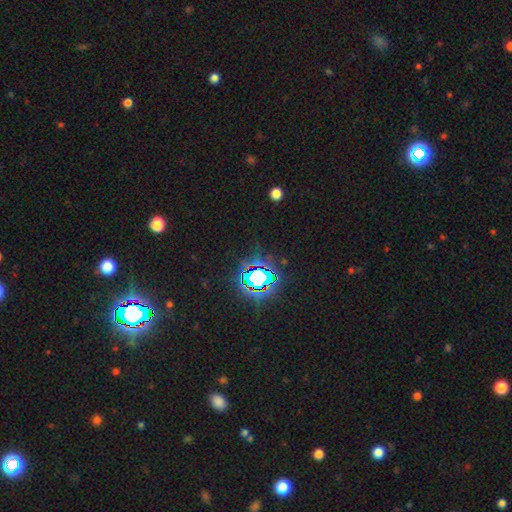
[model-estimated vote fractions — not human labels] Q: Smooth or featured?
A: star or artifact (83%); runner-up: smooth (10%)